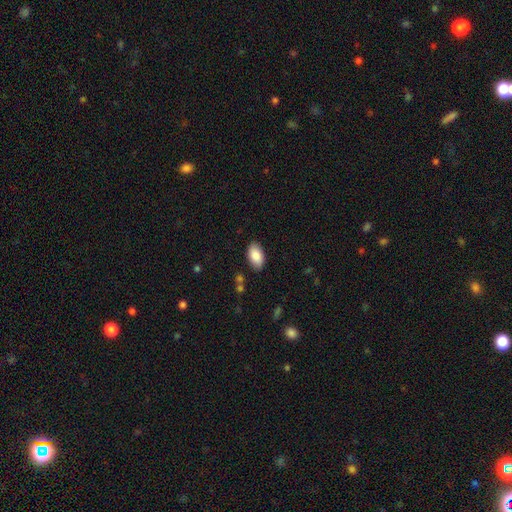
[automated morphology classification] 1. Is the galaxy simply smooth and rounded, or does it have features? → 87% smooth, 7% featured or disk, 6% star or artifact.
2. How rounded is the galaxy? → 95% in between, 3% round, 2% cigar-shaped.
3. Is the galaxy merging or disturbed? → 87% none, 10% minor disturbance, 2% major disturbance, 1% merger.